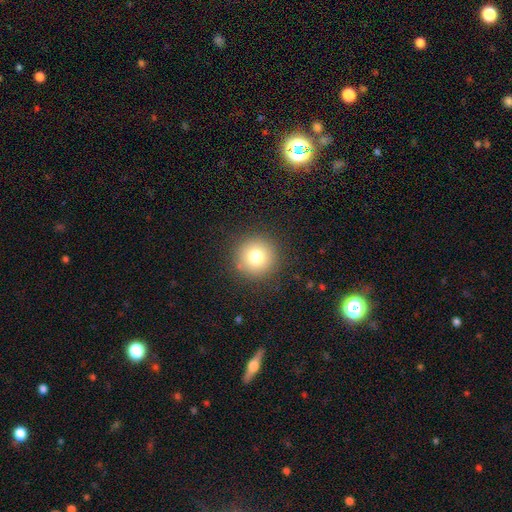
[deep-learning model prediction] Overall: smooth (76%). How rounded: round (95%). Merging: none (90%).